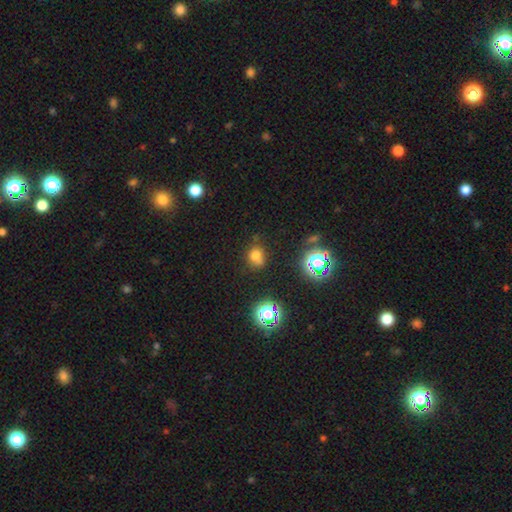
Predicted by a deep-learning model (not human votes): The model was most divided on "how rounded": round: 66%, in between: 33%, cigar-shaped: 1%. More confident: smooth or featured — smooth (69%); merging — none (65%).